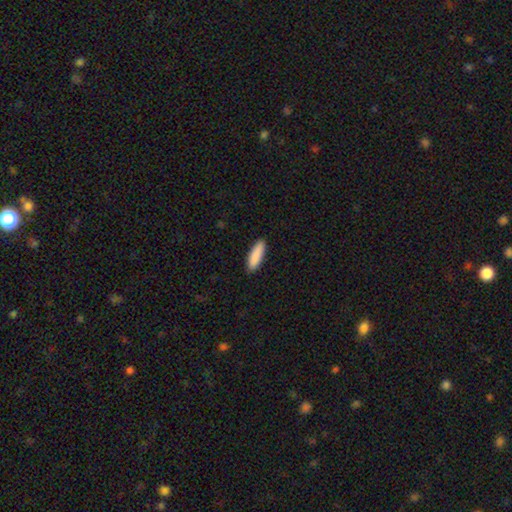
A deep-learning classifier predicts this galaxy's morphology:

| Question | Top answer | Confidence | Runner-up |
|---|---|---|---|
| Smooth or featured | smooth | 89% | star or artifact (6%) |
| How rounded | cigar-shaped | 59% | in between (39%) |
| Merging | none | 90% | minor disturbance (8%) |